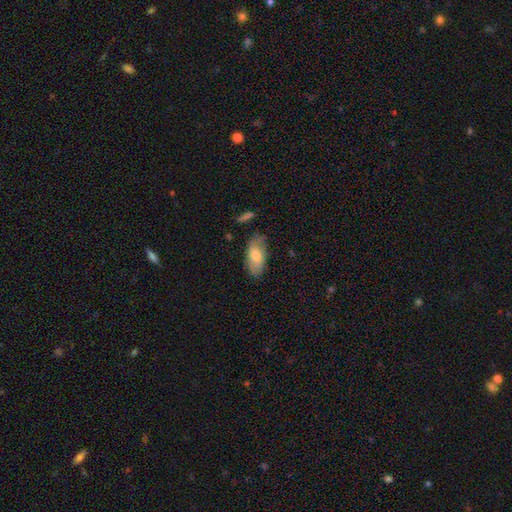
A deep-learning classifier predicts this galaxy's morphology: type=smooth (74%); roundness=in between (92%); merging=none (74%).